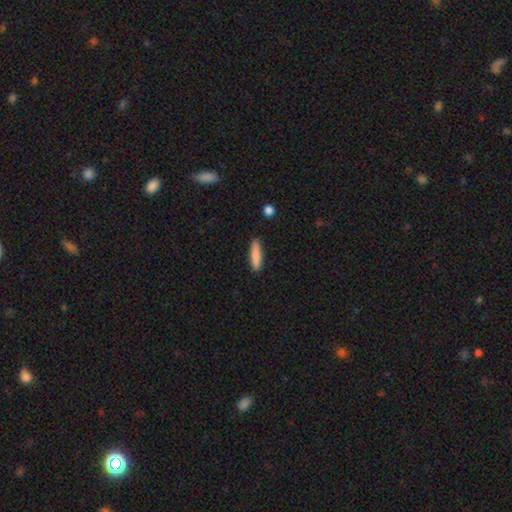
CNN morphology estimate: The model was most divided on "how rounded": cigar-shaped: 78%, in between: 20%, round: 2%. More confident: merging — none (88%); smooth or featured — smooth (85%).